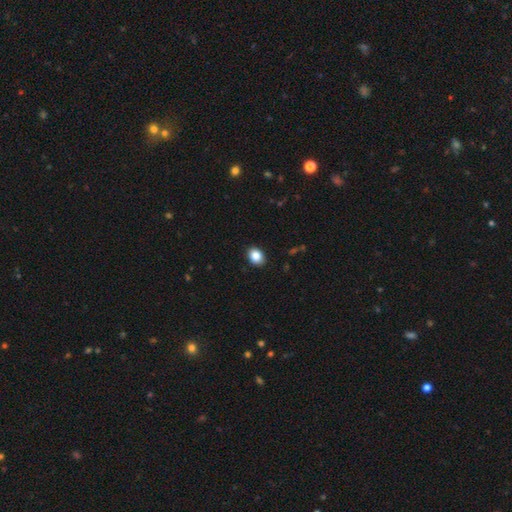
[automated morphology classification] Smooth or featured? smooth (86%)
How rounded? in between (63%)
Merging? none (91%)